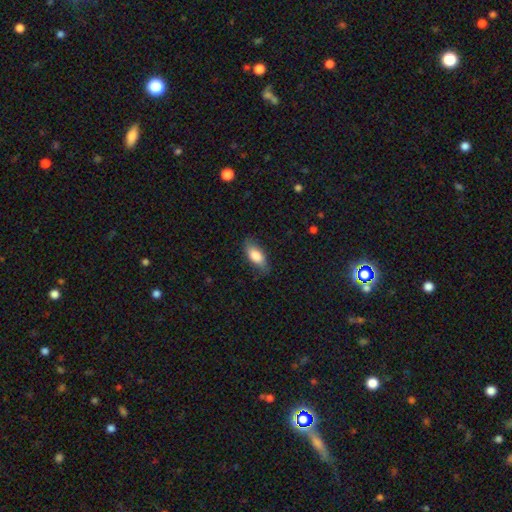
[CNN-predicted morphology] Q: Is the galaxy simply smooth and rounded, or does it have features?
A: smooth — 78%.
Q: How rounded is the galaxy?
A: in between — 82%.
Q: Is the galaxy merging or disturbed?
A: none — 78%.